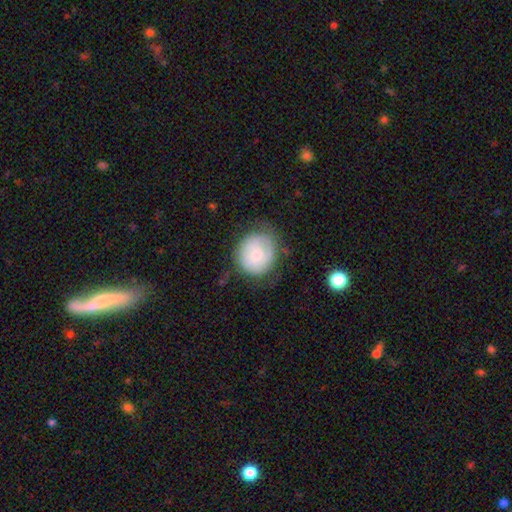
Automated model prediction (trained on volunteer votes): Smooth or featured? smooth (53%)
How rounded? round (81%)
Merging? none (64%)